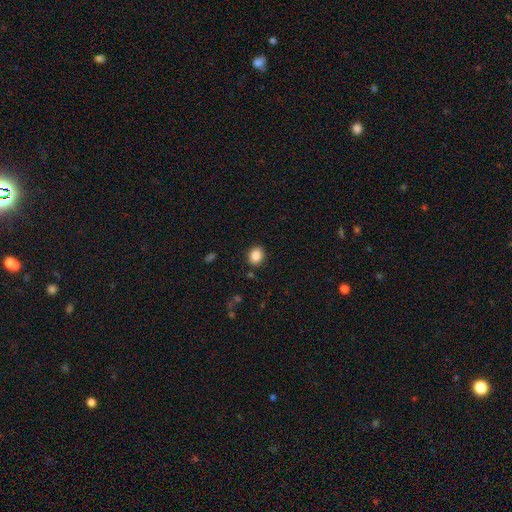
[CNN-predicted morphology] smooth_or_featured: smooth (p=0.87) [alt: star or artifact p=0.09]
how_rounded: round (p=0.61) [alt: in between p=0.39]
merging: none (p=0.87) [alt: minor disturbance p=0.08]